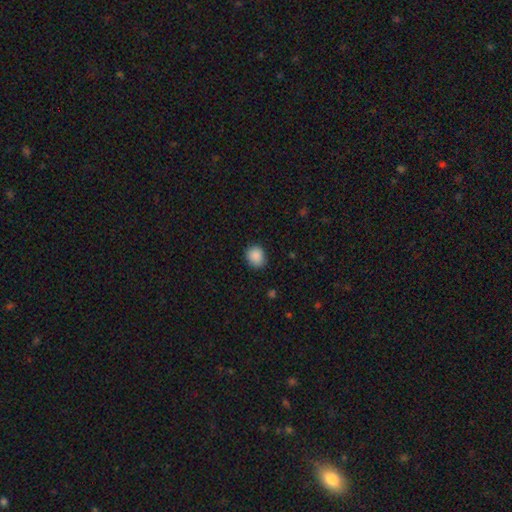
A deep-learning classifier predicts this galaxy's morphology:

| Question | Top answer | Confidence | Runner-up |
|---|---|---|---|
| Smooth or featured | smooth | 88% | star or artifact (9%) |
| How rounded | round | 67% | in between (32%) |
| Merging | none | 84% | minor disturbance (13%) |